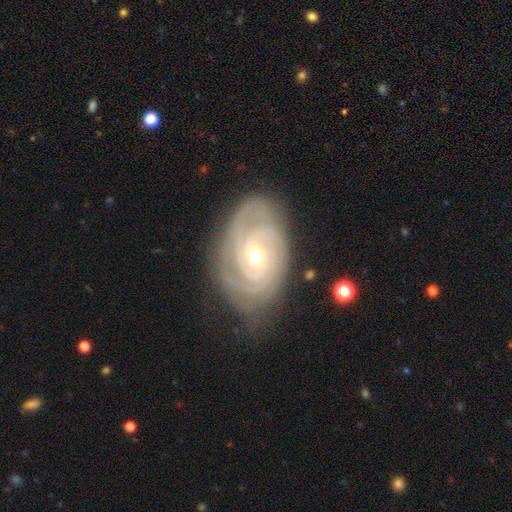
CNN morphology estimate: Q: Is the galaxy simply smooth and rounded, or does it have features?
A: featured or disk — 89%.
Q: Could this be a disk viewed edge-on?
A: no — 96%.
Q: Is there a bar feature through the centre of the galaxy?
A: no — 61%.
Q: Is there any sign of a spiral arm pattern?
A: yes — 97%.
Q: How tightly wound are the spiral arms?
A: tight — 80%.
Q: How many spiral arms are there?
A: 2 — 29%.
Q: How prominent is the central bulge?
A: small — 53%.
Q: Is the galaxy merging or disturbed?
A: none — 73%.